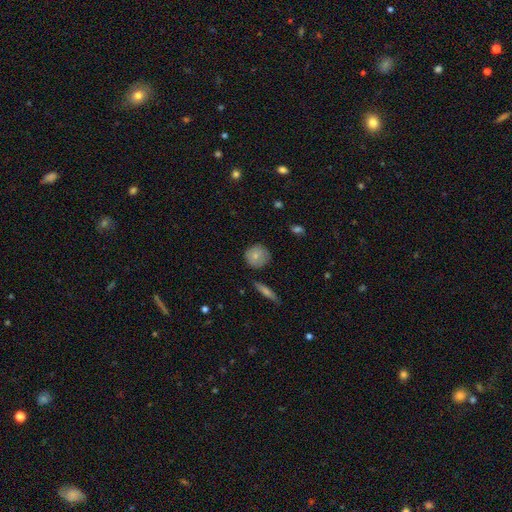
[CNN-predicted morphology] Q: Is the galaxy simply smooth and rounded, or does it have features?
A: smooth — 74%.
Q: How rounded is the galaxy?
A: round — 89%.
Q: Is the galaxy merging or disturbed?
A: none — 78%.